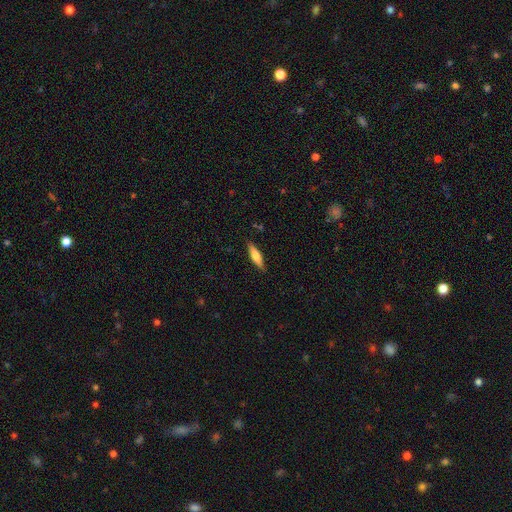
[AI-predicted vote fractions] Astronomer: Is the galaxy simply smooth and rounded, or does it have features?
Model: smooth — 58% (runner-up: featured or disk, 36%).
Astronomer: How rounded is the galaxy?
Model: cigar-shaped — 69%.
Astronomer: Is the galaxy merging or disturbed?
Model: none — 86%.